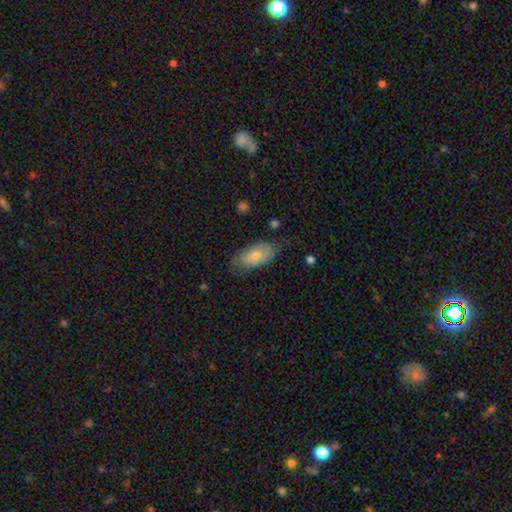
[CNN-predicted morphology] Smooth or featured? smooth (72%)
How rounded? in between (92%)
Merging? none (66%)